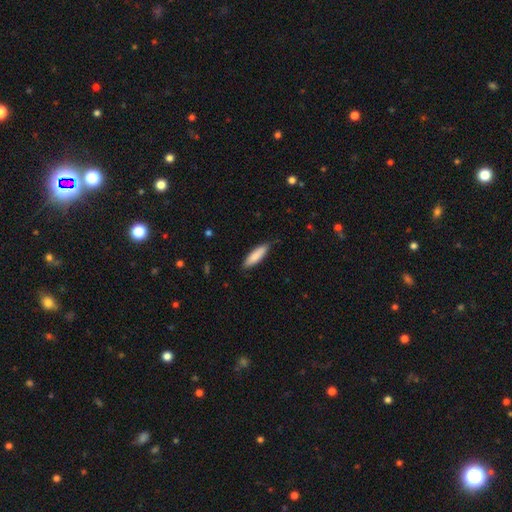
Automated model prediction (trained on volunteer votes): Smooth or featured?
  - smooth: 84% *
  - featured or disk: 10%
  - star or artifact: 5%
How rounded?
  - cigar-shaped: 60% *
  - in between: 39%
  - round: 1%
Merging?
  - none: 78% *
  - minor disturbance: 18%
  - major disturbance: 3%
  - merger: 1%